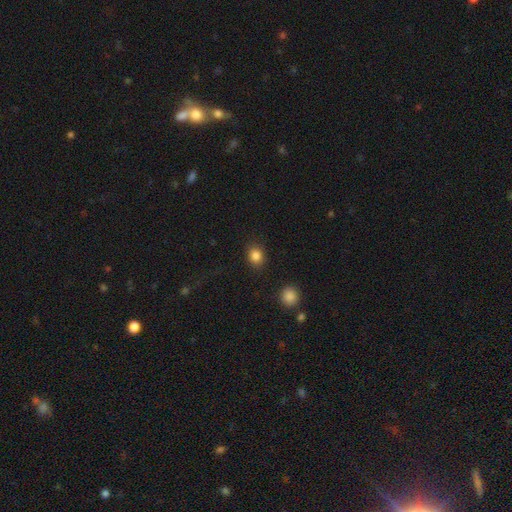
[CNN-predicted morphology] Smooth or featured?
  - smooth: 85% *
  - star or artifact: 10%
  - featured or disk: 4%
How rounded?
  - round: 63% *
  - in between: 36%
  - cigar-shaped: 1%
Merging?
  - none: 87% *
  - minor disturbance: 9%
  - major disturbance: 3%
  - merger: 2%